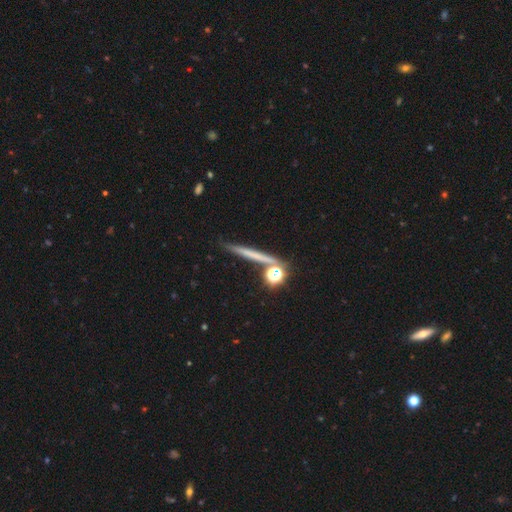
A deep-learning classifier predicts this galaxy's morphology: type=smooth (49%); merging=none (77%).